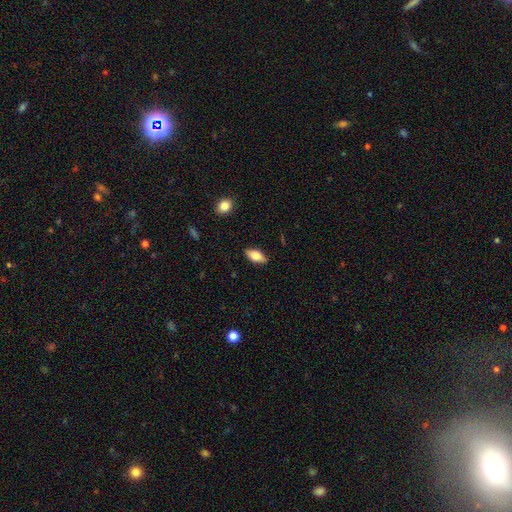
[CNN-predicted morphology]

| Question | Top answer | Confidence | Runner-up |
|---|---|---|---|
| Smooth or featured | smooth | 70% | featured or disk (23%) |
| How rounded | in between | 86% | cigar-shaped (10%) |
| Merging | none | 87% | minor disturbance (10%) |